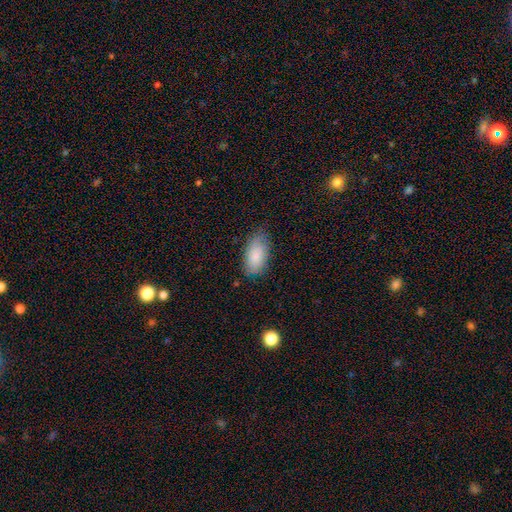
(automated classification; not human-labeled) smooth 84%, featured or disk 9%, star or artifact 7%. Down the decision tree: how rounded — in between (93%); merging — none (77%).